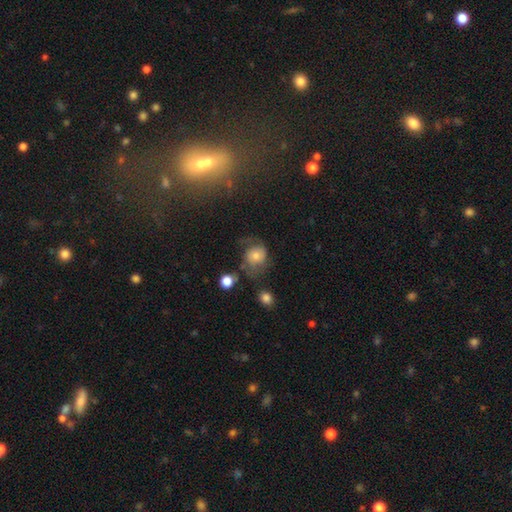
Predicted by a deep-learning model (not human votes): Smooth or featured?
  - smooth: 56% *
  - featured or disk: 31%
  - star or artifact: 13%
How rounded?
  - round: 70% *
  - in between: 29%
  - cigar-shaped: 1%
Merging?
  - none: 41% *
  - minor disturbance: 27%
  - major disturbance: 26%
  - merger: 6%